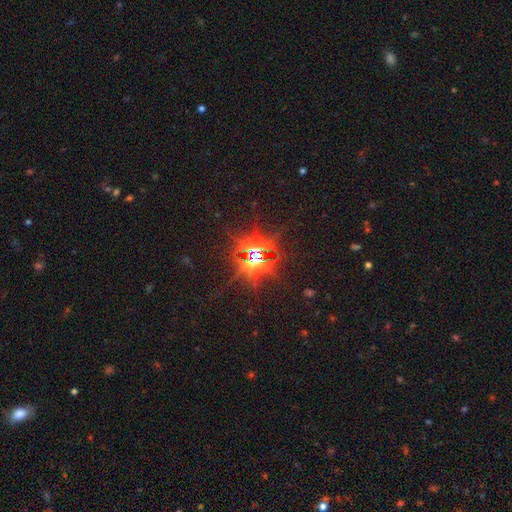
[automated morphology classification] Smooth or featured?
  - star or artifact: 84% *
  - featured or disk: 8%
  - smooth: 8%